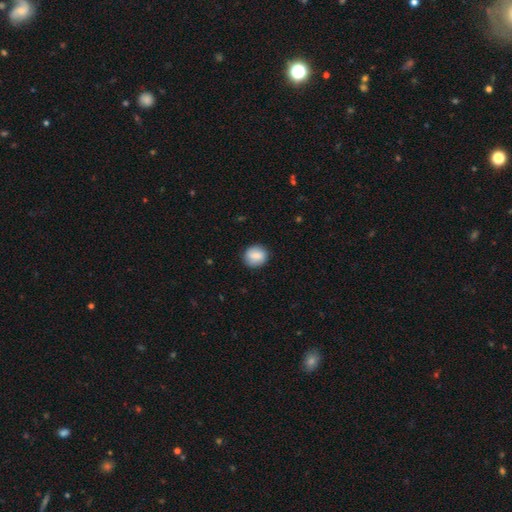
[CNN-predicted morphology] smooth_or_featured: smooth (p=0.84) [alt: featured or disk p=0.09]
how_rounded: round (p=0.80) [alt: in between p=0.19]
merging: none (p=0.86) [alt: minor disturbance p=0.10]